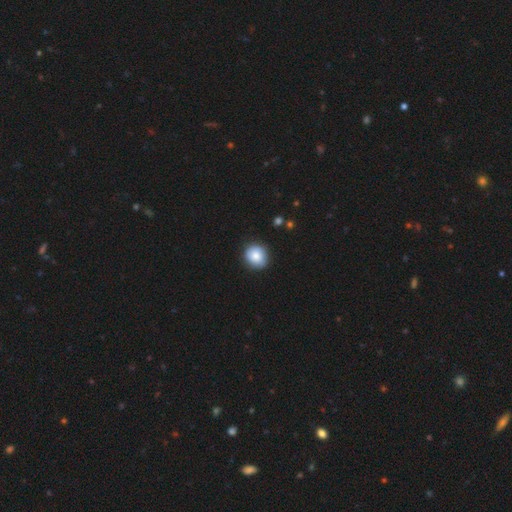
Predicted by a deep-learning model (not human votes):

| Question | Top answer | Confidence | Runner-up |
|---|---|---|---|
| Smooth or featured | smooth | 83% | featured or disk (9%) |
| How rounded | round | 85% | in between (15%) |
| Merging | none | 85% | minor disturbance (11%) |